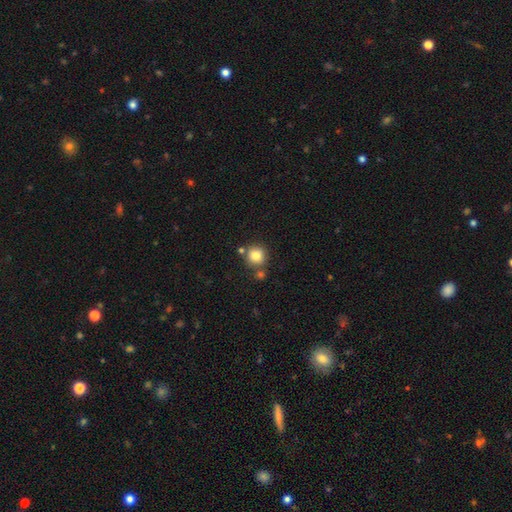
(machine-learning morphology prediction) Q: Smooth or featured?
A: smooth (82%); runner-up: star or artifact (11%)
Q: How rounded?
A: round (92%); runner-up: in between (8%)
Q: Merging?
A: none (72%); runner-up: merger (15%)